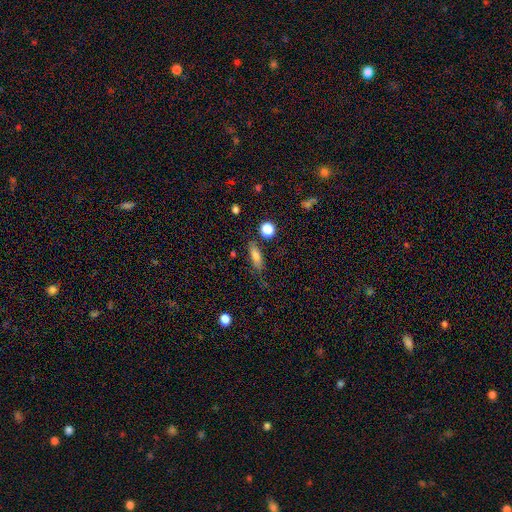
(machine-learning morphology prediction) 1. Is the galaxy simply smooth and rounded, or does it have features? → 76% smooth, 14% featured or disk, 10% star or artifact.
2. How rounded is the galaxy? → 58% in between, 37% cigar-shaped, 5% round.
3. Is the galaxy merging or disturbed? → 74% none, 17% minor disturbance, 5% major disturbance, 4% merger.